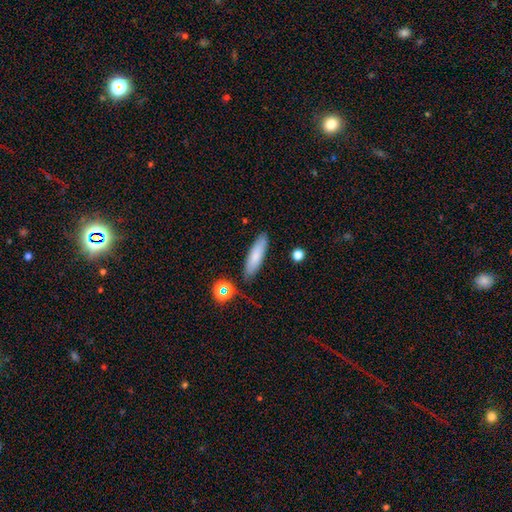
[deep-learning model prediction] Smooth or featured: smooth — 76% (featured or disk — 16%)
How rounded: cigar-shaped — 67% (in between — 31%)
Merging: none — 81% (minor disturbance — 13%)